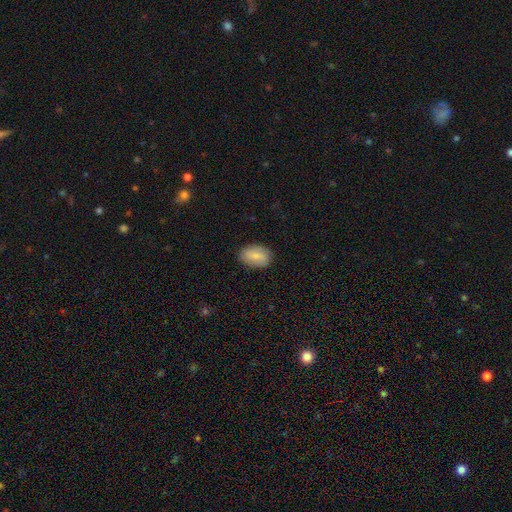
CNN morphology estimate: This appears to be a smooth galaxy with no disk features (71%) that is in between round and cigar-shaped (85%). Merging: none (83%).